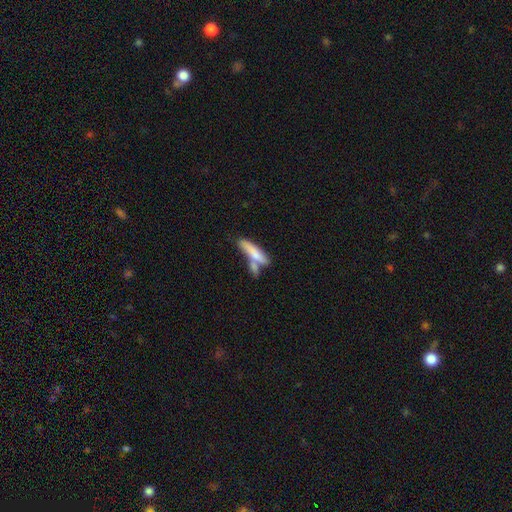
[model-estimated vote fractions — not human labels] This appears to be a smooth galaxy with no disk features (69%) that is cigar-shaped (73%). Merging: none (40%).